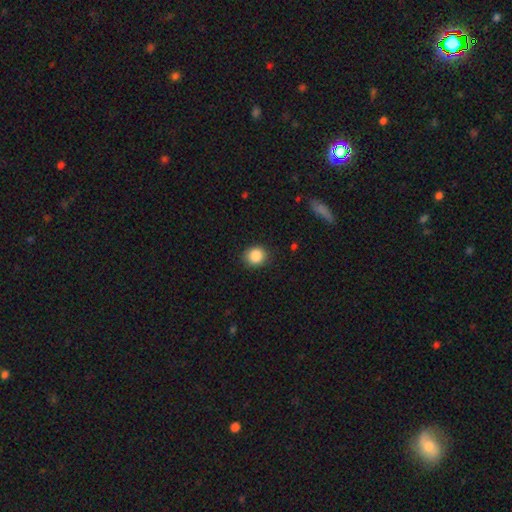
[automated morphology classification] Smooth or featured? Predicted: smooth (p=0.87). How rounded? Predicted: round (p=0.83). Merging? Predicted: none (p=0.87).